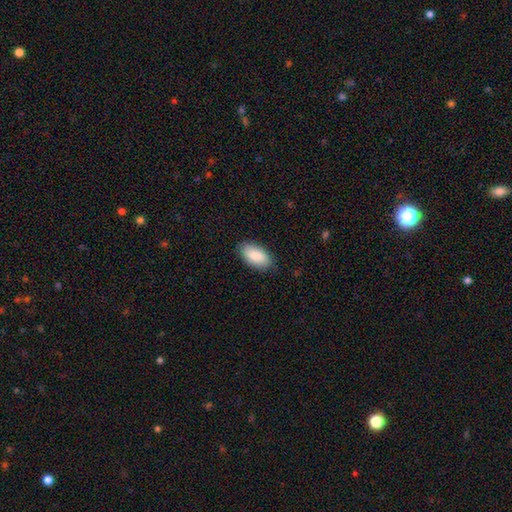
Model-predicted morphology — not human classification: smooth-or-featured: smooth: 86% | featured or disk: 8% | star or artifact: 6%
  how-rounded: in between: 94% | cigar-shaped: 3% | round: 3%
  merging: none: 85% | minor disturbance: 12% | major disturbance: 2% | merger: 1%